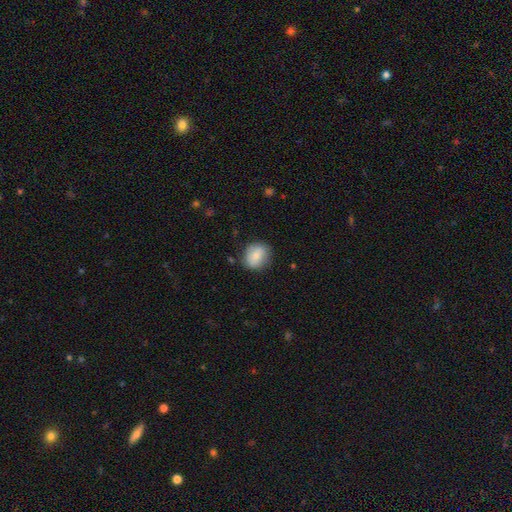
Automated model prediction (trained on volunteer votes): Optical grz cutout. It shows a smooth galaxy with no disk features (80%) that is round (64%). Merging: none (79%).